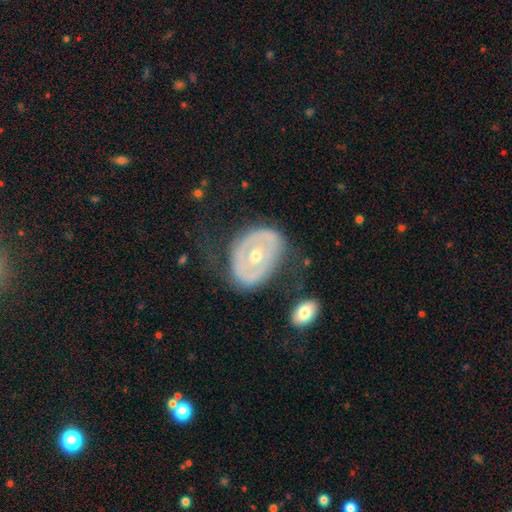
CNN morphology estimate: Q: Smooth or featured?
A: featured or disk (68%); runner-up: smooth (26%)
Q: Edge-on disk?
A: no (94%); runner-up: yes (6%)
Q: Bar?
A: no (70%); runner-up: weak (19%)
Q: Spiral arms?
A: no (70%); runner-up: yes (30%)
Q: Bulge size?
A: moderate (58%); runner-up: small (39%)
Q: Merging?
A: none (58%); runner-up: minor disturbance (22%)